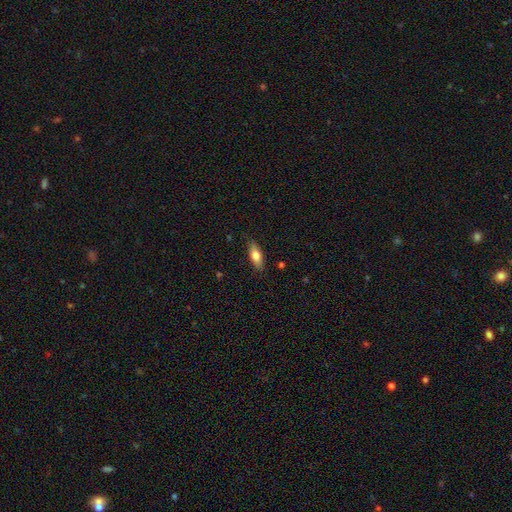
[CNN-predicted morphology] Q: Smooth or featured?
A: smooth (72%); runner-up: featured or disk (21%)
Q: How rounded?
A: in between (66%); runner-up: cigar-shaped (32%)
Q: Merging?
A: none (83%); runner-up: minor disturbance (13%)